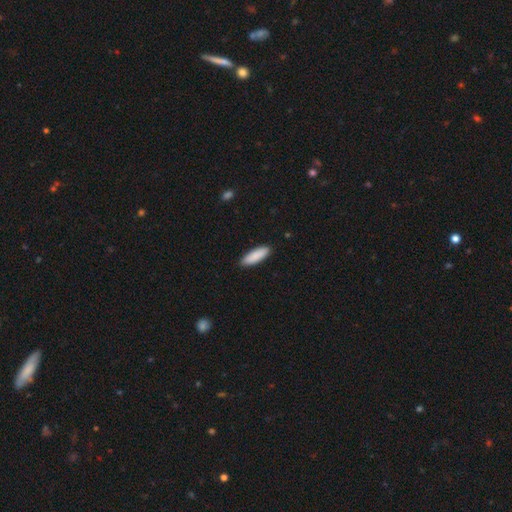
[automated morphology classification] This appears to be a smooth galaxy with no disk features (89%) that is in between round and cigar-shaped (51%). Merging: none (90%).